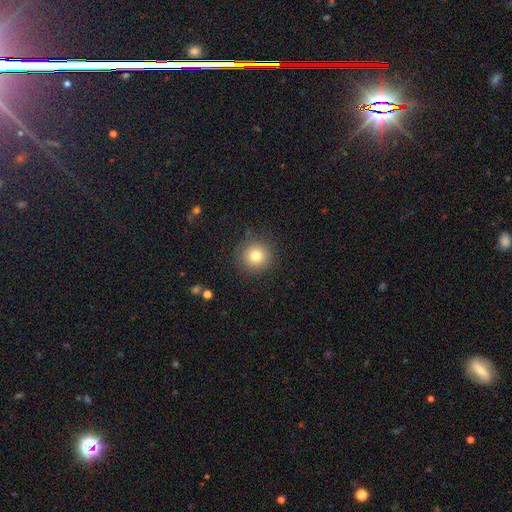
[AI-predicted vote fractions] Smooth or featured?
  - smooth: 78% *
  - star or artifact: 12%
  - featured or disk: 9%
How rounded?
  - round: 95% *
  - in between: 4%
  - cigar-shaped: 1%
Merging?
  - none: 88% *
  - minor disturbance: 7%
  - major disturbance: 3%
  - merger: 1%